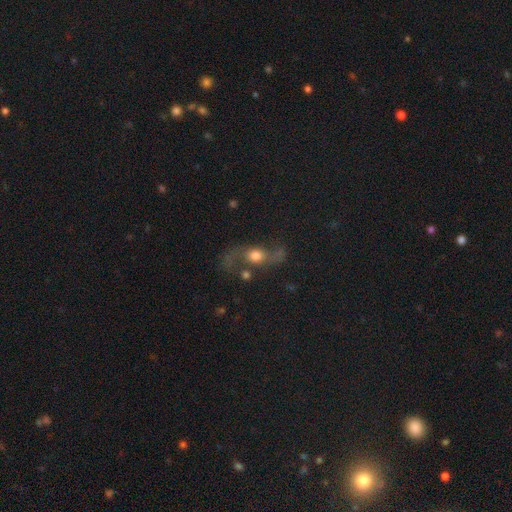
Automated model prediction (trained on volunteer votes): smooth_or_featured: featured or disk (p=0.67) [alt: smooth p=0.23]
disk_edge_on: no (p=0.90) [alt: yes p=0.10]
bar: no (p=0.71) [alt: weak p=0.23]
has_spiral_arms: yes (p=0.85) [alt: no p=0.15]
spiral_winding: loose (p=0.83) [alt: medium p=0.14]
spiral_arm_count: 2 (p=0.92) [alt: 1 p=0.02]
bulge_size: moderate (p=0.50) [alt: large p=0.32]
merging: none (p=0.56) [alt: major disturbance p=0.19]